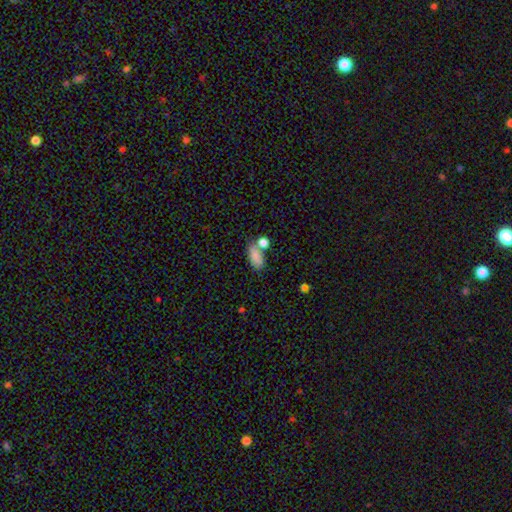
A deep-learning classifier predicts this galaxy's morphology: The model was most divided on "merging": none: 50%, merger: 30%, minor disturbance: 14%, major disturbance: 6%. More confident: how rounded — in between (86%); smooth or featured — smooth (83%).